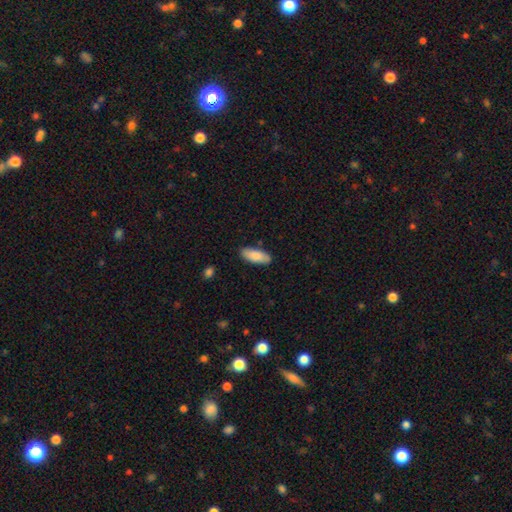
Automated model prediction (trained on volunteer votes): Overall: smooth (85%). How rounded: in between (78%). Merging: none (85%).